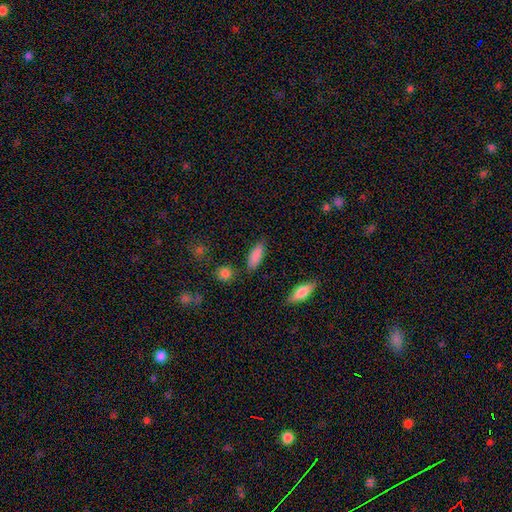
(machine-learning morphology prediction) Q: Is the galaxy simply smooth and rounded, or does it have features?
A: smooth — 86%.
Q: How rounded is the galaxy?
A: in between — 76%.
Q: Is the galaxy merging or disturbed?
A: none — 82%.